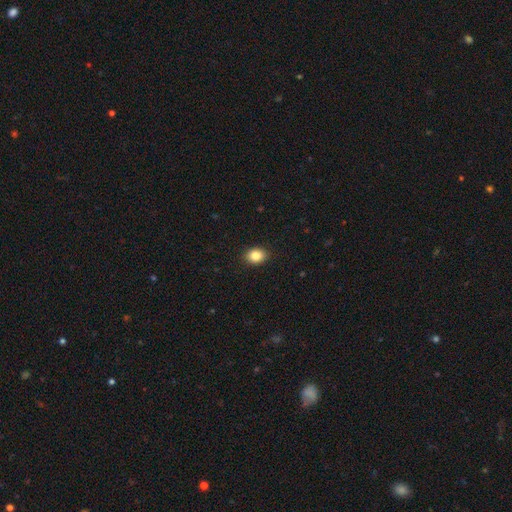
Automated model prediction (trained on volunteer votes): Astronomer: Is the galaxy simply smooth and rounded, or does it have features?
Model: smooth — 85%.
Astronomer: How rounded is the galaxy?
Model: in between — 58% (runner-up: round, 41%).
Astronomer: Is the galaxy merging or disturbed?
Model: none — 90%.